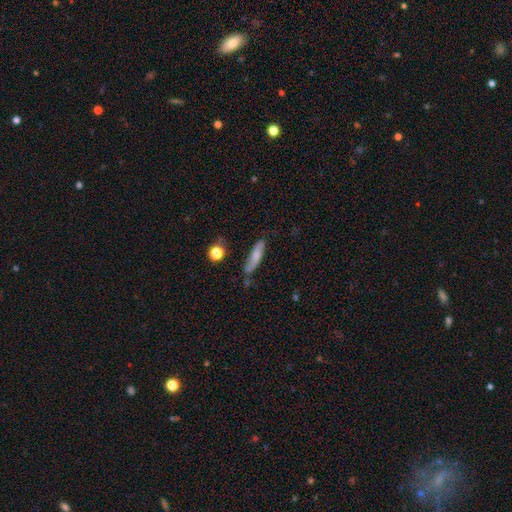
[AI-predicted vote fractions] Morphology: type=smooth (63%); roundness=cigar-shaped (74%); merging=none (67%).